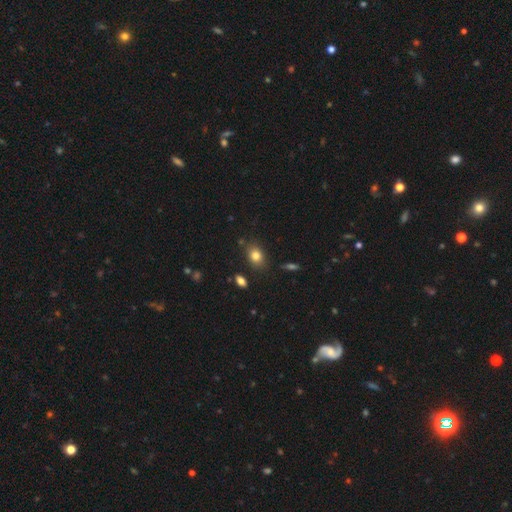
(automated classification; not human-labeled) Q: Smooth or featured?
A: smooth (81%); runner-up: star or artifact (11%)
Q: How rounded?
A: in between (66%); runner-up: round (33%)
Q: Merging?
A: none (80%); runner-up: minor disturbance (13%)